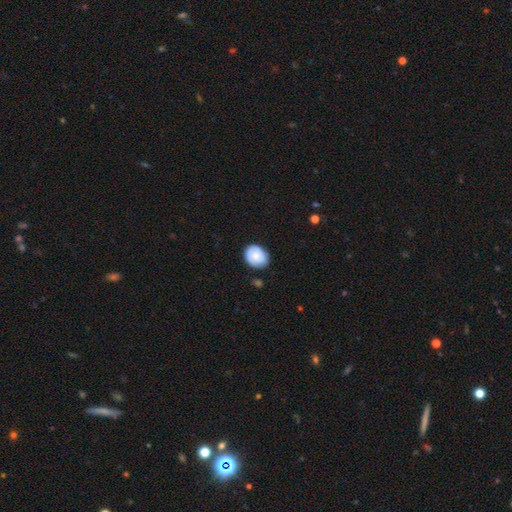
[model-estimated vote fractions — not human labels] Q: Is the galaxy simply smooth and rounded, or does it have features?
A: smooth — 70%.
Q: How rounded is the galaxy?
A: in between — 52%.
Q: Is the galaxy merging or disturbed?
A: none — 76%.